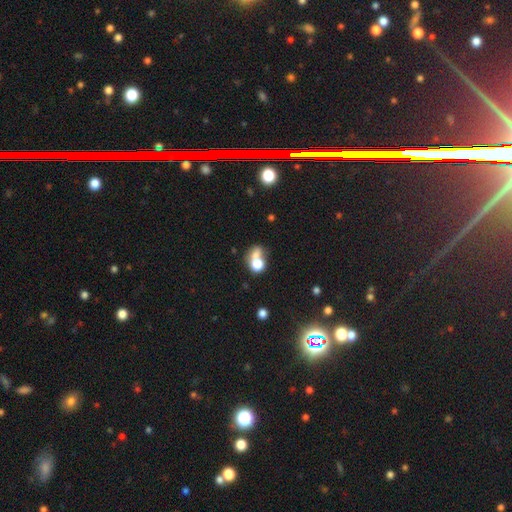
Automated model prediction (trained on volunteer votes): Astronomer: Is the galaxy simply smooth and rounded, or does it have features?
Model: smooth — 70%.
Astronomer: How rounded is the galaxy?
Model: round — 55% (runner-up: in between, 43%).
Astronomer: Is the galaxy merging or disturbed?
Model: merger — 54%.